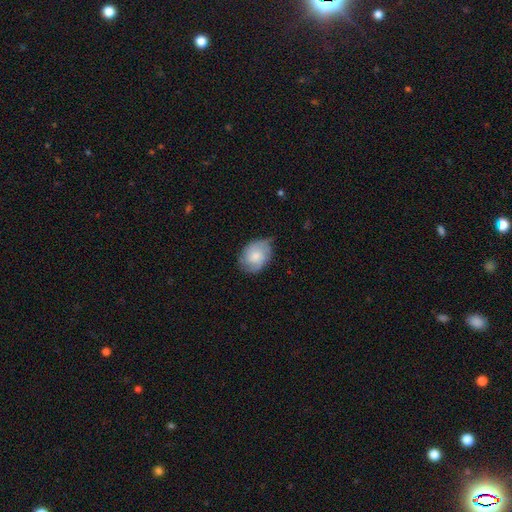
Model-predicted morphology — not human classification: This is possibly a smooth galaxy (59%). How rounded: likely in between (69%). Merging: possibly none (59%).